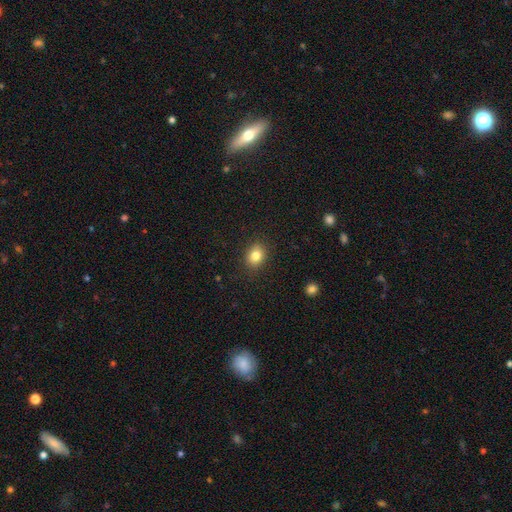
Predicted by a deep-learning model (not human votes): A smooth galaxy with no disk features (82%) that is round (53%). Merging: none (88%).